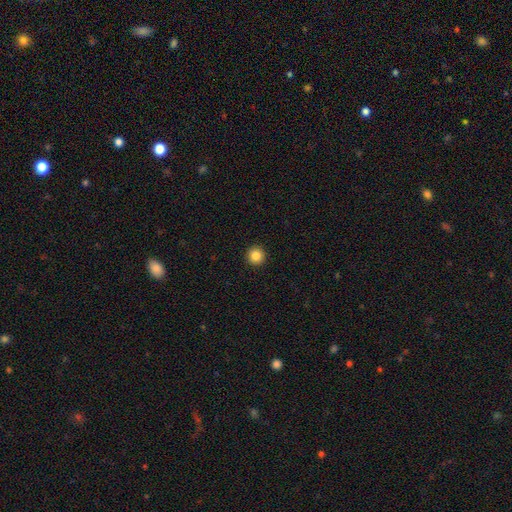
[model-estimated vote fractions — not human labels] Smooth or featured?
  - smooth: 85% *
  - star or artifact: 10%
  - featured or disk: 4%
How rounded?
  - round: 96% *
  - in between: 3%
  - cigar-shaped: 1%
Merging?
  - none: 94% *
  - minor disturbance: 4%
  - major disturbance: 1%
  - merger: 1%